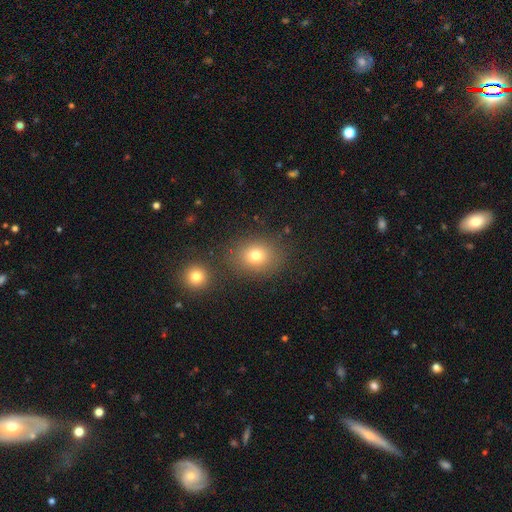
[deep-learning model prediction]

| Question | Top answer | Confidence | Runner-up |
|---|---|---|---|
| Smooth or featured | smooth | 76% | star or artifact (14%) |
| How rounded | round | 55% | in between (44%) |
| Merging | none | 77% | minor disturbance (11%) |